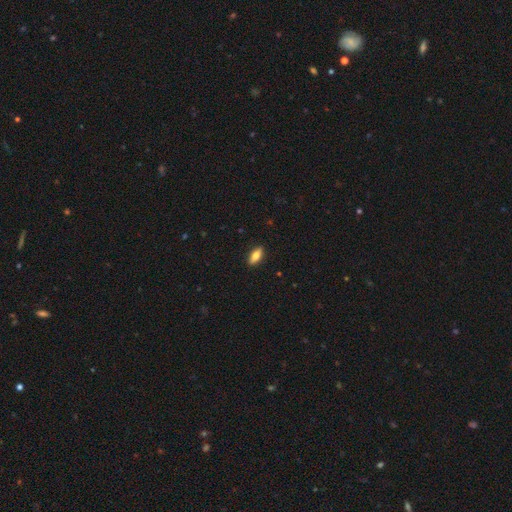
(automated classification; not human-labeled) Smooth or featured: smooth — 69% (featured or disk — 24%)
How rounded: in between — 74% (cigar-shaped — 23%)
Merging: none — 90% (minor disturbance — 8%)